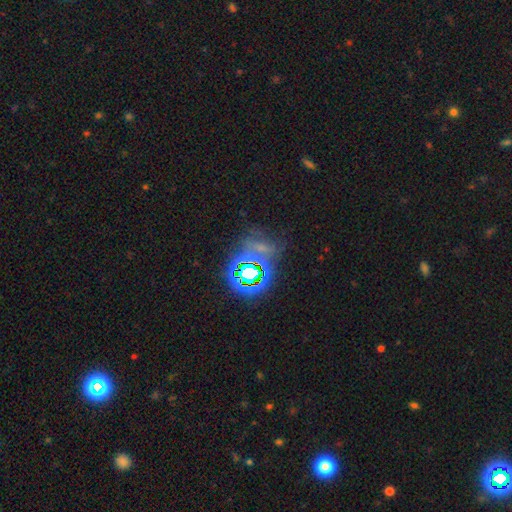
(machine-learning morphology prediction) star or artifact 65%, smooth 23%, featured or disk 12%.